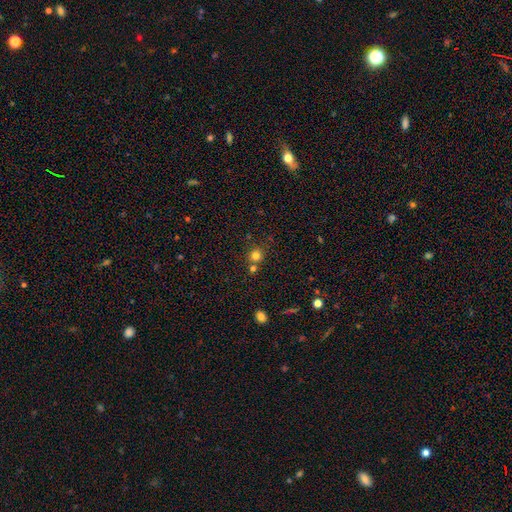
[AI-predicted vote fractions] smooth 77%, star or artifact 16%, featured or disk 7%. Down the decision tree: how rounded — round (89%); merging — none (68%).